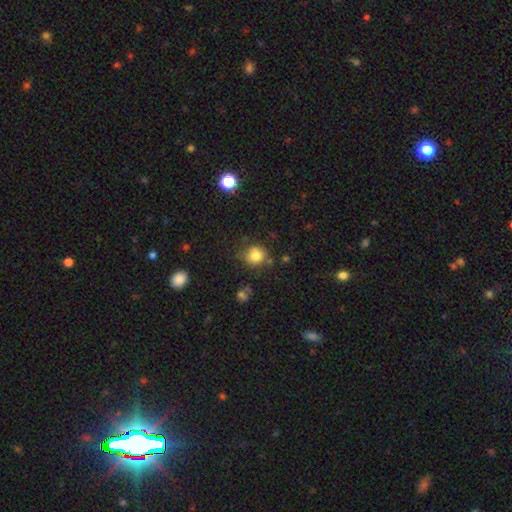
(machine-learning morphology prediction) A smooth galaxy with no disk features (79%) that is round (79%). Merging: none (67%).